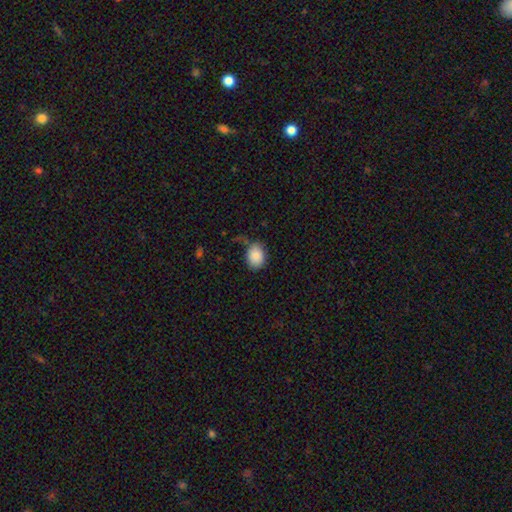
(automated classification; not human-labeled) Smooth or featured?
  - smooth: 86% *
  - star or artifact: 8%
  - featured or disk: 6%
How rounded?
  - in between: 65% *
  - round: 34%
  - cigar-shaped: 1%
Merging?
  - none: 67% *
  - minor disturbance: 23%
  - major disturbance: 7%
  - merger: 4%